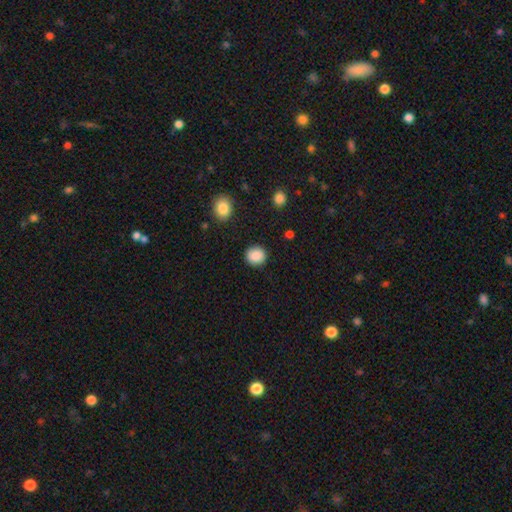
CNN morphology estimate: type=smooth (89%); roundness=round (87%); merging=none (90%).